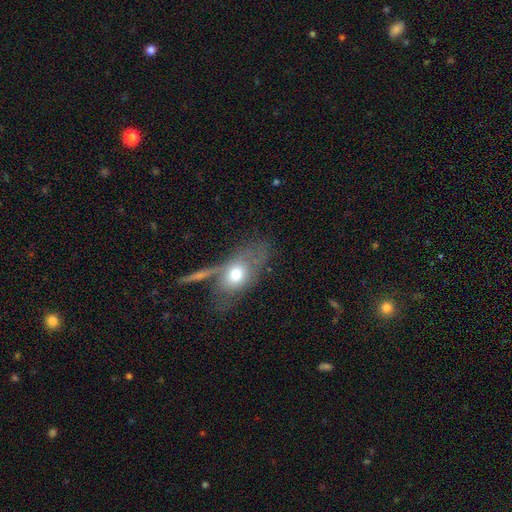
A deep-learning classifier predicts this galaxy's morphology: The model was most divided on "merging": none: 37%, merger: 23%, minor disturbance: 21%, major disturbance: 20%. More confident: how rounded — in between (77%); smooth or featured — smooth (57%).